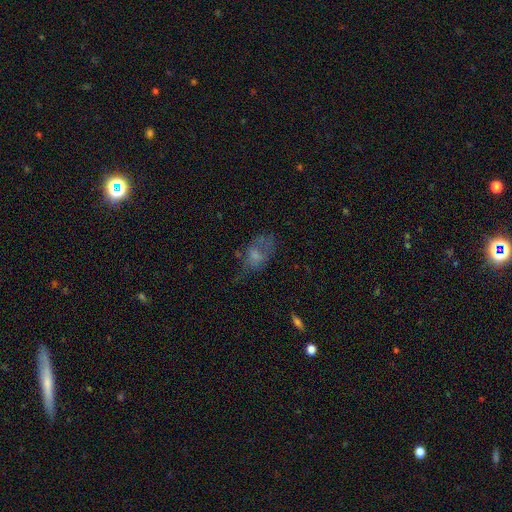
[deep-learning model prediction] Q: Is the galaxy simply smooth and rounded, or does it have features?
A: smooth — 58%.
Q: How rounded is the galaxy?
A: in between — 88%.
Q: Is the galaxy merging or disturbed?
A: none — 36%.